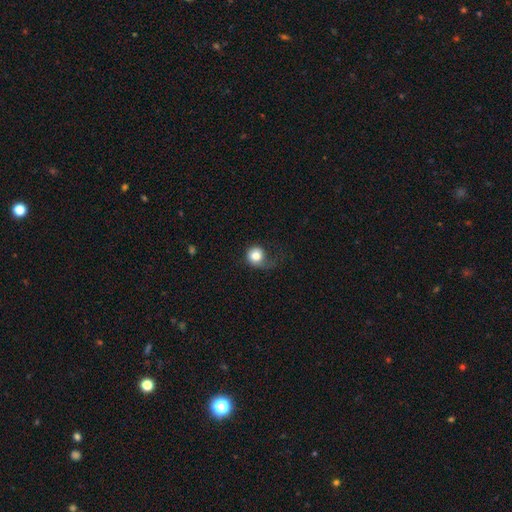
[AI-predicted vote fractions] Smooth or featured: smooth — 80% (featured or disk — 12%)
How rounded: round — 83% (in between — 16%)
Merging: none — 38% (major disturbance — 31%)